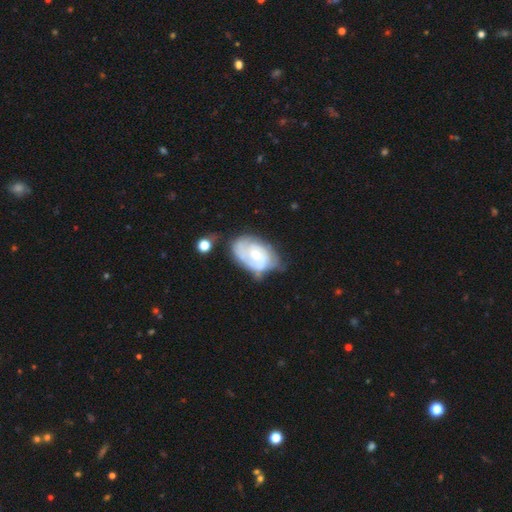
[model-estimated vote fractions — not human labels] Morphology: type=featured or disk (72%); edge-on=no (97%); bar=no (69%); spiral arms=yes (81%); winding=tight (59%); arm count=can't tell (41%); bulge=small (45%, tied with moderate); merging=none (43%).